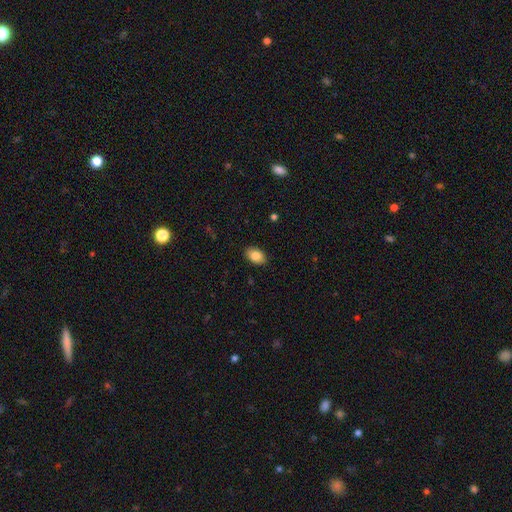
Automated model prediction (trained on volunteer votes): Smooth or featured: smooth — 86% (star or artifact — 8%)
How rounded: in between — 87% (round — 12%)
Merging: none — 89% (minor disturbance — 8%)